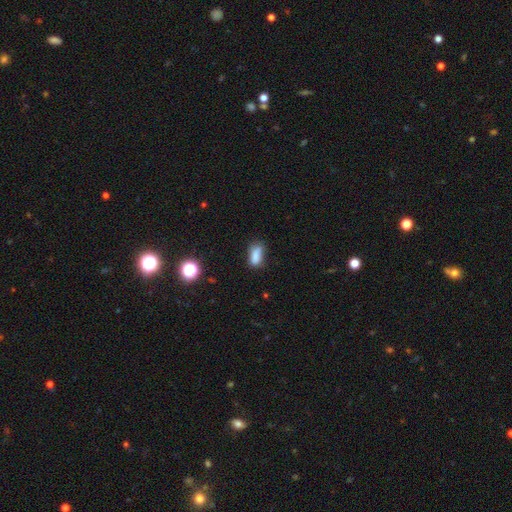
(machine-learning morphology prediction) A smooth galaxy with no disk features (82%) that is in between round and cigar-shaped (81%).

Vote fractions:
- Smooth or featured? smooth: 82% / star or artifact: 11% / featured or disk: 7%
- How rounded? in between: 81% / cigar-shaped: 14% / round: 5%
- Merging? none: 59% / minor disturbance: 29% / major disturbance: 8% / merger: 4%